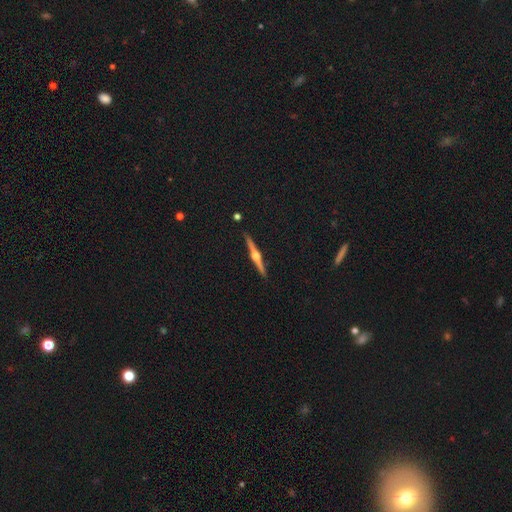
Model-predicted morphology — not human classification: This appears to be a featured or disk galaxy (85%) viewed edge-on (99%) with a rounded central bulge (96%). Merging: none (92%).